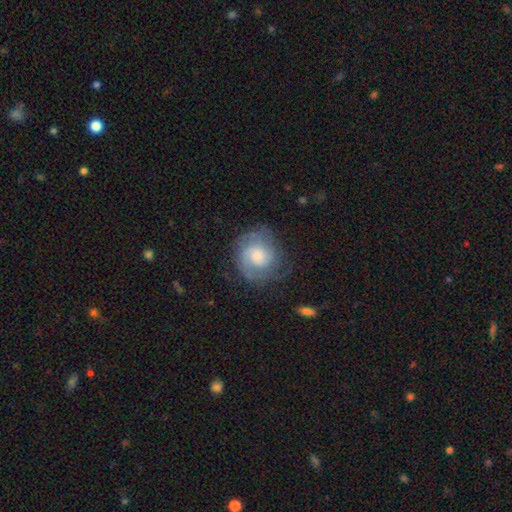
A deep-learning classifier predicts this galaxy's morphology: A featured or disk galaxy (70%) with no bar (69%), 2 (39%) tight (57%) spiral arms (92%) and a moderate central bulge (51%). Merging: none (74%).